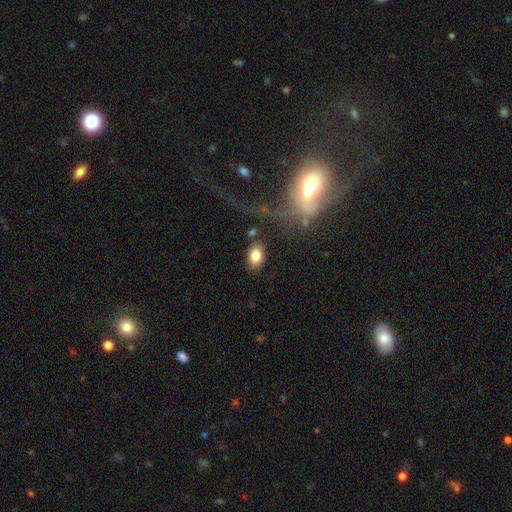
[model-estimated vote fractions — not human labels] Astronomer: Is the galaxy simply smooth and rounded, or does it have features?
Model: smooth — 81%.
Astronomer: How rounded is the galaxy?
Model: in between — 85%.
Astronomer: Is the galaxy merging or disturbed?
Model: none — 80%.